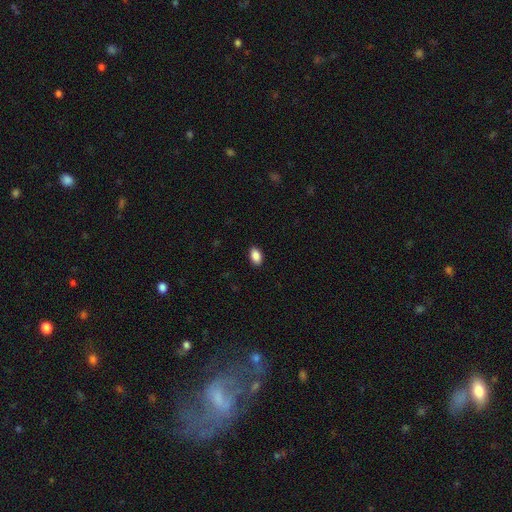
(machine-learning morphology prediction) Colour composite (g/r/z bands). It shows a smooth galaxy with no disk features (89%) that is in between round and cigar-shaped (92%). Merging: none (89%).